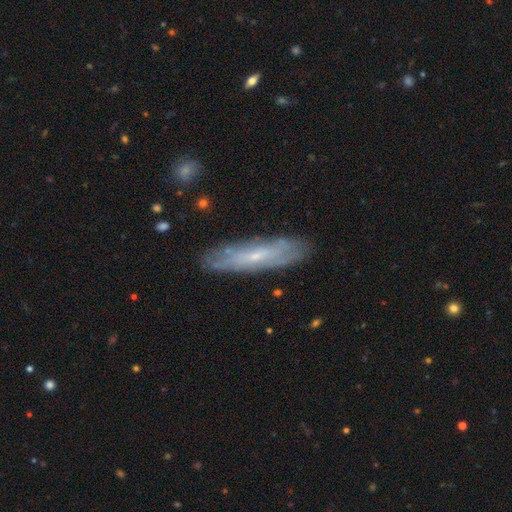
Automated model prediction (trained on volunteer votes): This appears to be a featured or disk galaxy (59%). Merging: none (84%).